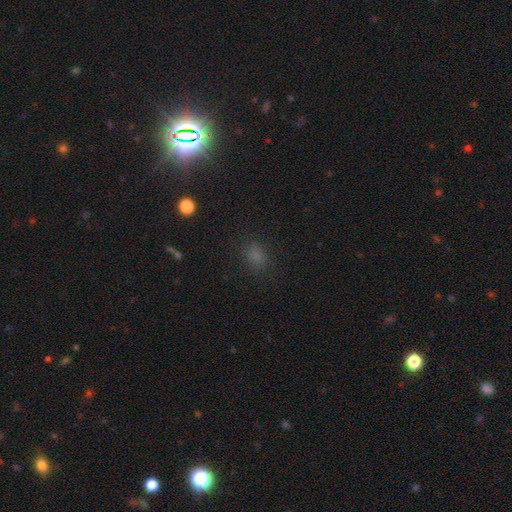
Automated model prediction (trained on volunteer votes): Morphology: type=smooth (73%); roundness=round (49%, tied with in between); merging=none (83%).